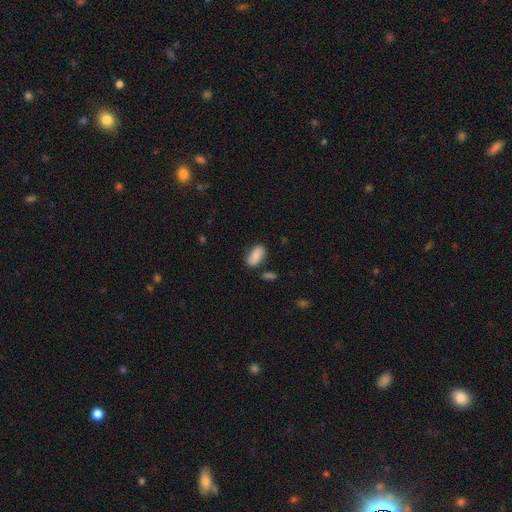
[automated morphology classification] type=smooth (84%); roundness=in between (92%); merging=none (75%).